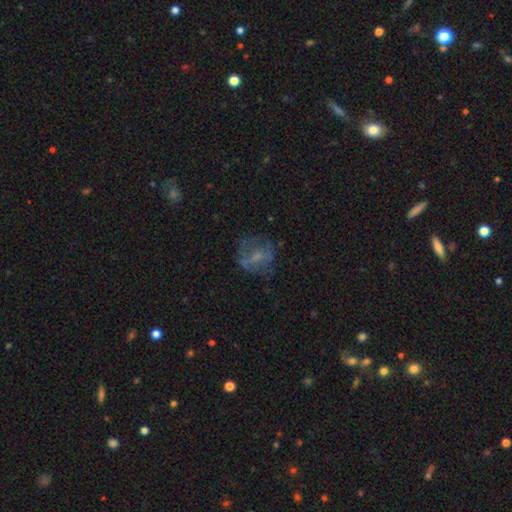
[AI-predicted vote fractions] Smooth or featured? Predicted: featured or disk (p=0.48). Merging? Predicted: none (p=0.58).